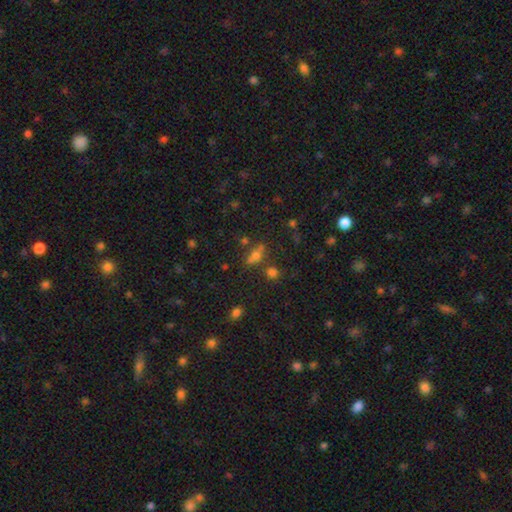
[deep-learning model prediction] Smooth or featured?
  - smooth: 53% *
  - star or artifact: 32%
  - featured or disk: 15%
How rounded?
  - round: 52% *
  - in between: 41%
  - cigar-shaped: 6%
Merging?
  - none: 51% *
  - merger: 30%
  - minor disturbance: 12%
  - major disturbance: 7%